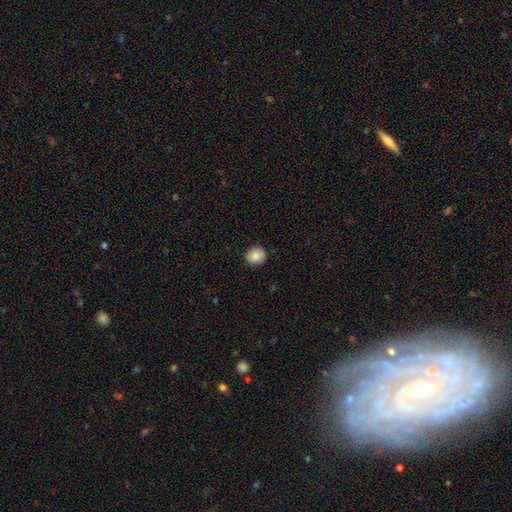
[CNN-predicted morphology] The model was most divided on "how rounded": round: 77%, in between: 22%, cigar-shaped: 1%. More confident: merging — none (90%); smooth or featured — smooth (87%).